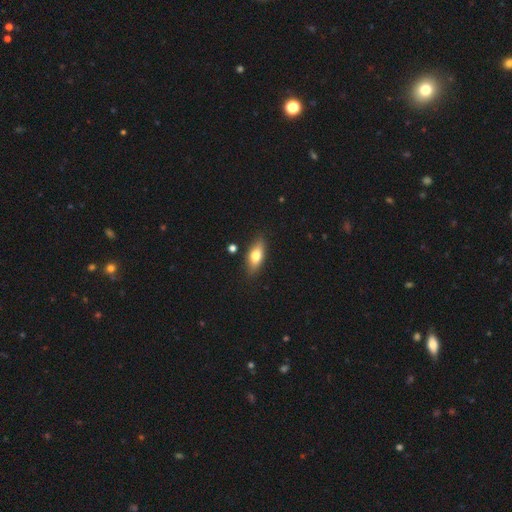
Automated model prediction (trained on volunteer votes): Smooth or featured? smooth (69%)
How rounded? in between (74%)
Merging? none (85%)